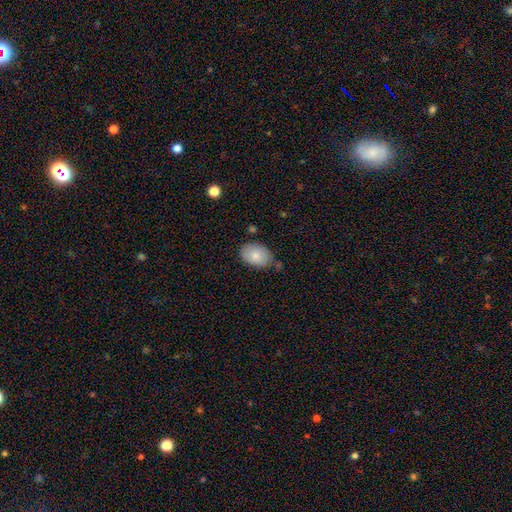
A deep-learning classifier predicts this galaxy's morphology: Smooth or featured?
  - smooth: 83% *
  - featured or disk: 11%
  - star or artifact: 7%
How rounded?
  - in between: 84% *
  - round: 15%
  - cigar-shaped: 1%
Merging?
  - none: 76% *
  - minor disturbance: 17%
  - merger: 4%
  - major disturbance: 3%